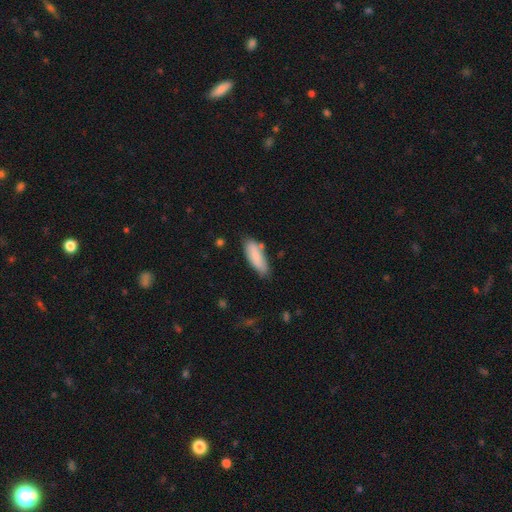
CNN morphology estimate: Q: Smooth or featured?
A: smooth (82%); runner-up: featured or disk (12%)
Q: How rounded?
A: in between (66%); runner-up: cigar-shaped (33%)
Q: Merging?
A: none (70%); runner-up: minor disturbance (21%)